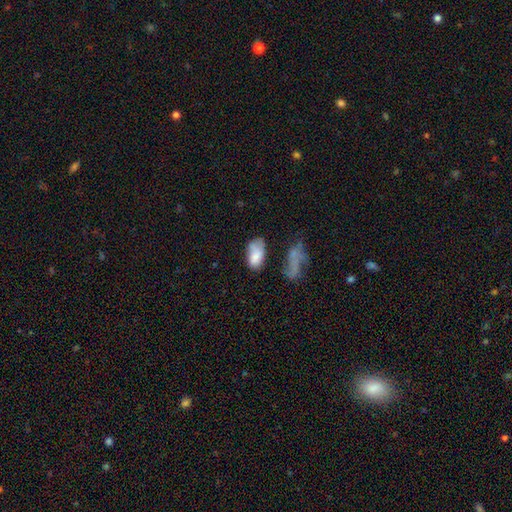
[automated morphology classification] This appears to be a smooth galaxy with no disk features (75%) that is in between round and cigar-shaped (93%). Merging: none (36%).